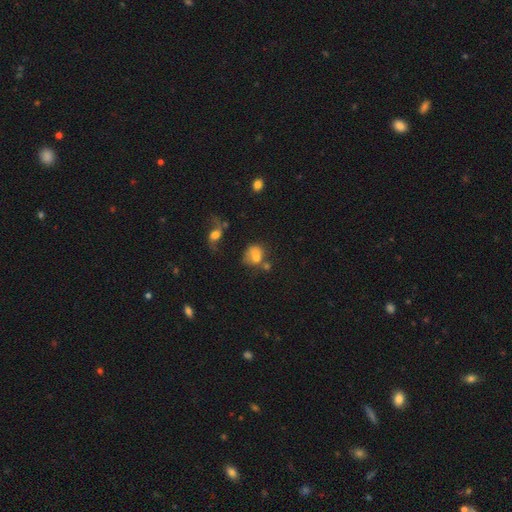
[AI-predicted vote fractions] A smooth galaxy with no disk features (68%) that is round (50%). Merging: none (39%).